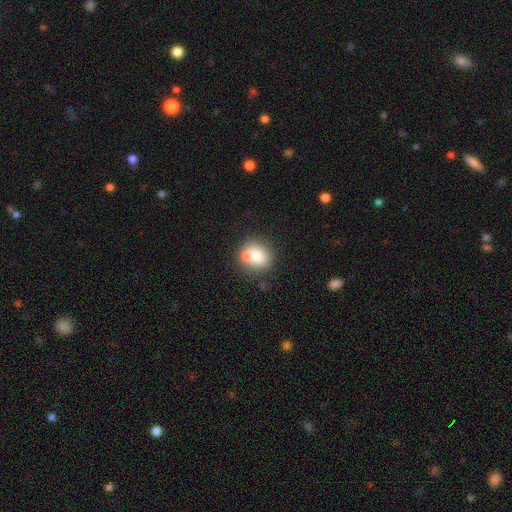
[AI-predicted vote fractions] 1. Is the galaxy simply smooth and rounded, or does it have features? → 71% smooth, 20% featured or disk, 10% star or artifact.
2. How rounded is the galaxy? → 82% round, 17% in between, 1% cigar-shaped.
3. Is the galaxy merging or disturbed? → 54% none, 31% merger, 11% minor disturbance, 4% major disturbance.